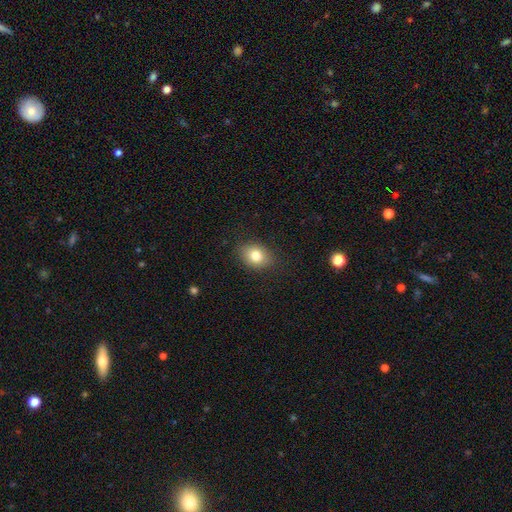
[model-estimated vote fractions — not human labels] smooth-or-featured: smooth: 80% | featured or disk: 10% | star or artifact: 10%
  how-rounded: in between: 61% | round: 38% | cigar-shaped: 1%
  merging: none: 84% | minor disturbance: 12% | major disturbance: 3% | merger: 1%